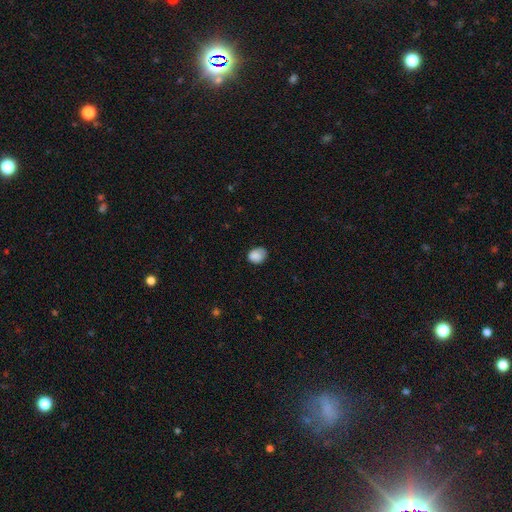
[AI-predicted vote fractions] A smooth galaxy with no disk features (85%) that is in between round and cigar-shaped (51%).

Vote fractions:
- Smooth or featured? smooth: 85% / star or artifact: 8% / featured or disk: 7%
- How rounded? in between: 51% / round: 48% / cigar-shaped: 1%
- Merging? none: 63% / minor disturbance: 28% / major disturbance: 7% / merger: 2%